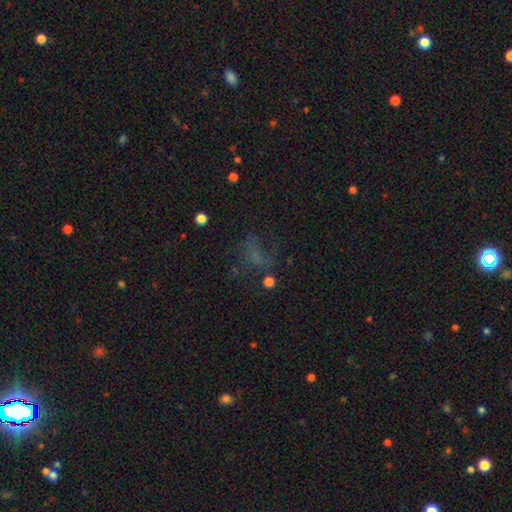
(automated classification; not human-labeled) Smooth or featured? smooth (37%)
Merging? none (43%)